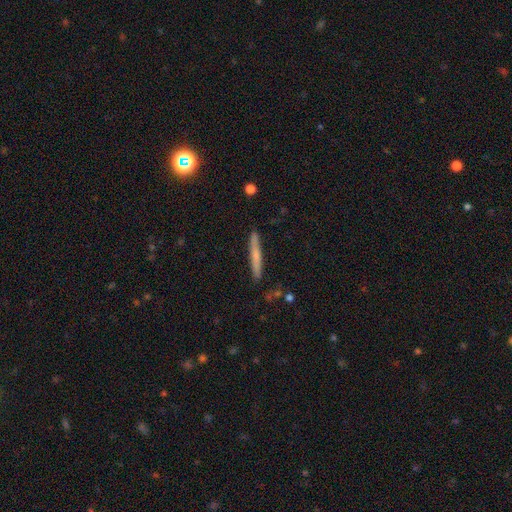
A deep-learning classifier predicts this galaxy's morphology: smooth-or-featured: smooth: 57% | featured or disk: 37% | star or artifact: 6%
  how-rounded: cigar-shaped: 96% | in between: 3% | round: 1%
  merging: none: 88% | minor disturbance: 9% | major disturbance: 2% | merger: 2%